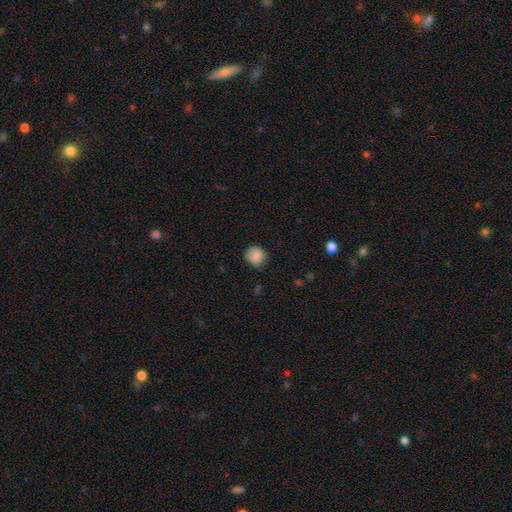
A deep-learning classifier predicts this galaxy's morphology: Smooth or featured?
  - smooth: 86% *
  - star or artifact: 9%
  - featured or disk: 5%
How rounded?
  - round: 84% *
  - in between: 15%
  - cigar-shaped: 1%
Merging?
  - none: 70% *
  - minor disturbance: 24%
  - major disturbance: 4%
  - merger: 1%